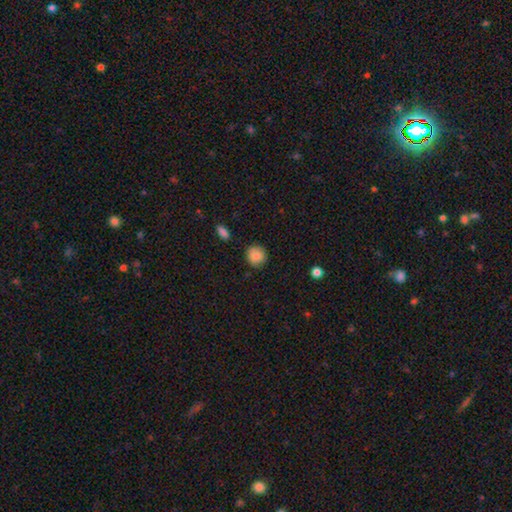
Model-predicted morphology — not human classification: Smooth or featured? Predicted: smooth (p=0.85). How rounded? Predicted: round (p=0.86). Merging? Predicted: none (p=0.83).